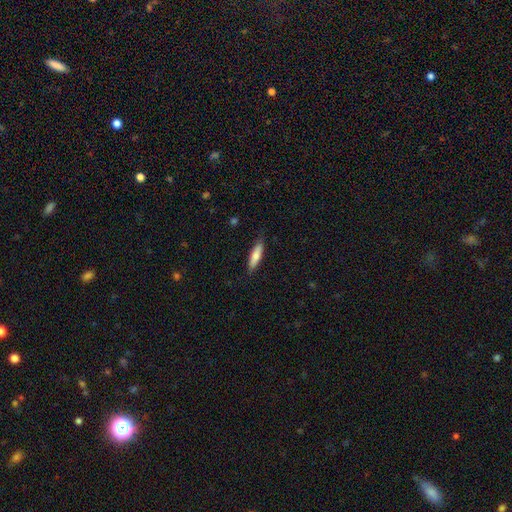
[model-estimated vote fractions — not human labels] smooth_or_featured: smooth (p=0.77) [alt: featured or disk p=0.17]
how_rounded: cigar-shaped (p=0.69) [alt: in between p=0.30]
merging: none (p=0.84) [alt: minor disturbance p=0.13]